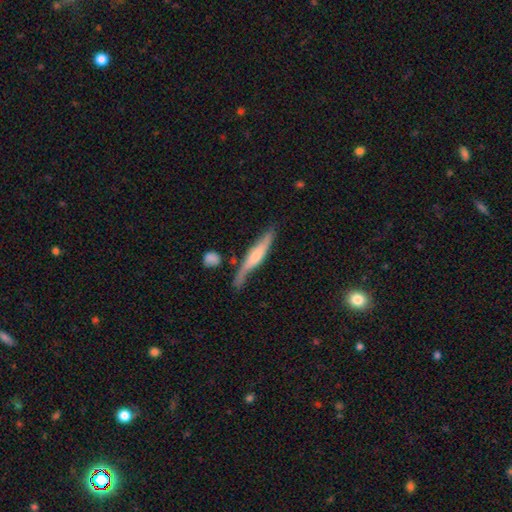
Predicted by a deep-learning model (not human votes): Smooth or featured? featured or disk (52%)
Edge-on disk? yes (80%)
Merging? none (59%)